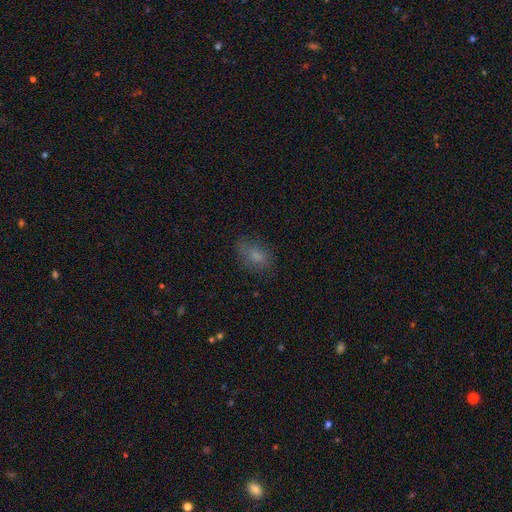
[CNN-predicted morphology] A smooth galaxy with no disk features (74%) that is in between round and cigar-shaped (85%). Merging: none (67%).